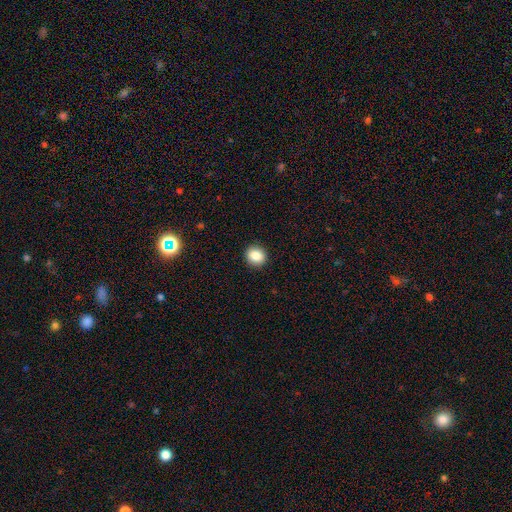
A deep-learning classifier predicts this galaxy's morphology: smooth-or-featured: smooth: 84% | star or artifact: 9% | featured or disk: 6%
  how-rounded: round: 82% | in between: 17% | cigar-shaped: 1%
  merging: none: 92% | minor disturbance: 6% | major disturbance: 2% | merger: 1%